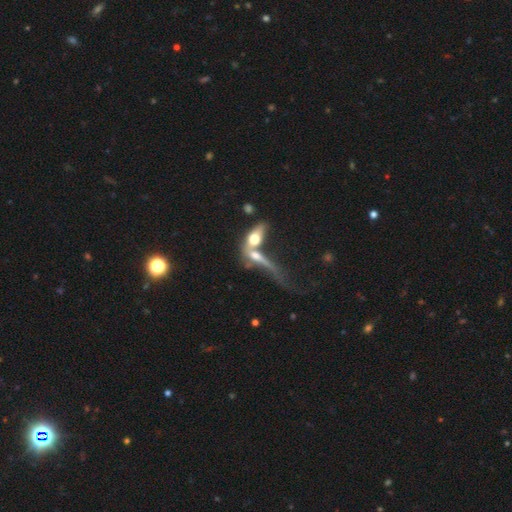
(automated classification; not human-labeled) Smooth or featured? smooth (50%)
Merging? merger (65%)